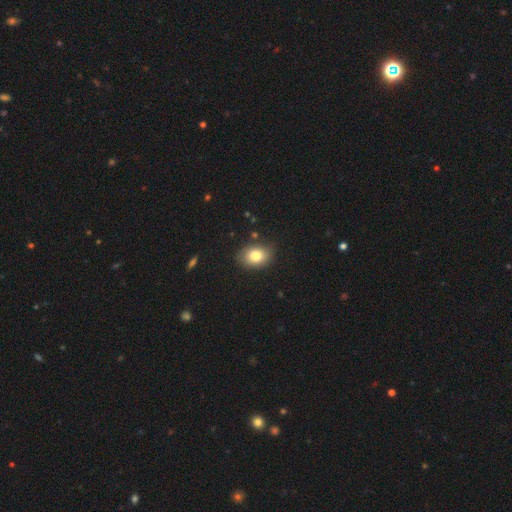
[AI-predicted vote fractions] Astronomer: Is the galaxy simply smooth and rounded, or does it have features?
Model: smooth — 80%.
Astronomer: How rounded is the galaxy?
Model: in between — 69%.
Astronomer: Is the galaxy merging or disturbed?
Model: none — 83%.